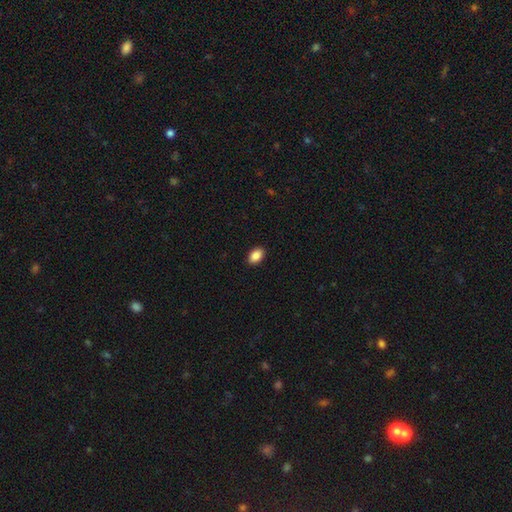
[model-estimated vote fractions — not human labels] A smooth galaxy with no disk features (89%) that is in between round and cigar-shaped (88%). Merging: none (91%).